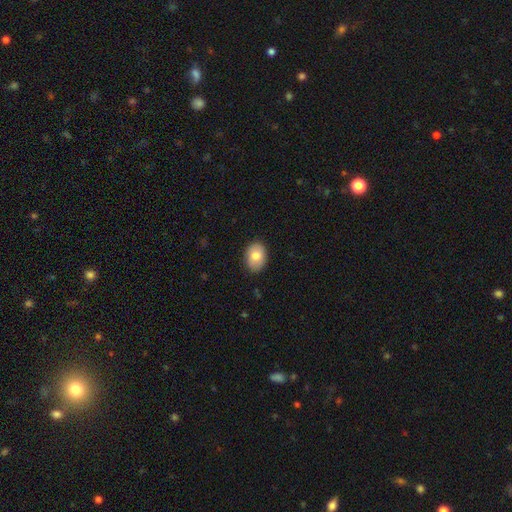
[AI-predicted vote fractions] A smooth galaxy with no disk features (80%) that is in between round and cigar-shaped (77%). Merging: none (87%).